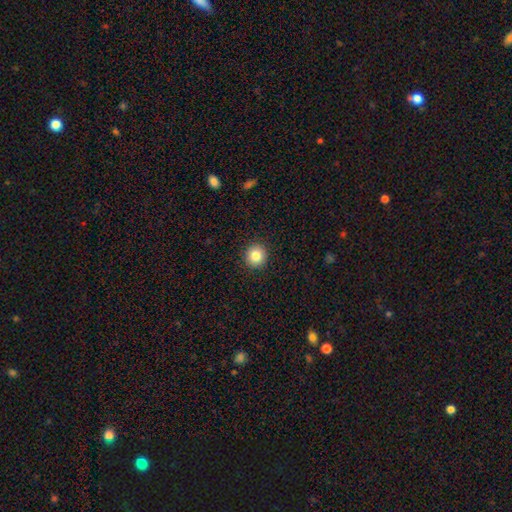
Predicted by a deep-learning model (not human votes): smooth 84%, star or artifact 10%, featured or disk 6%. Down the decision tree: how rounded — round (94%); merging — none (92%).